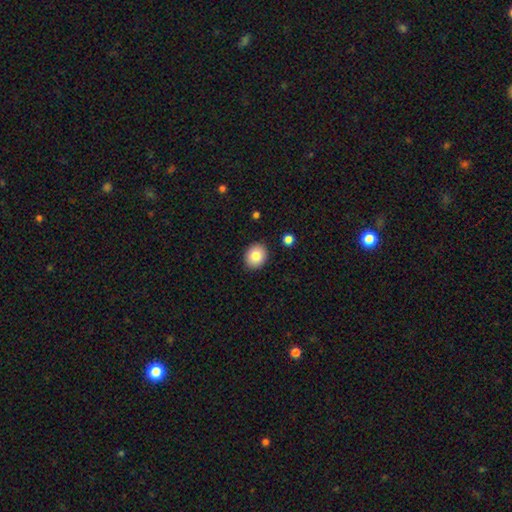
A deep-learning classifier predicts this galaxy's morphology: The model was most divided on "how rounded": round: 57%, in between: 42%, cigar-shaped: 1%. More confident: merging — none (89%); smooth or featured — smooth (83%).